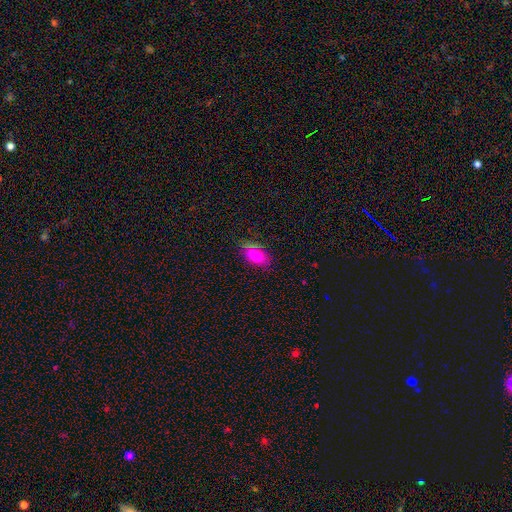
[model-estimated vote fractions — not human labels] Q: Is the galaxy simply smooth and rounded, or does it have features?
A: smooth — 75%.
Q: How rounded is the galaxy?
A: in between — 90%.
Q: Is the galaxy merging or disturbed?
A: none — 79%.